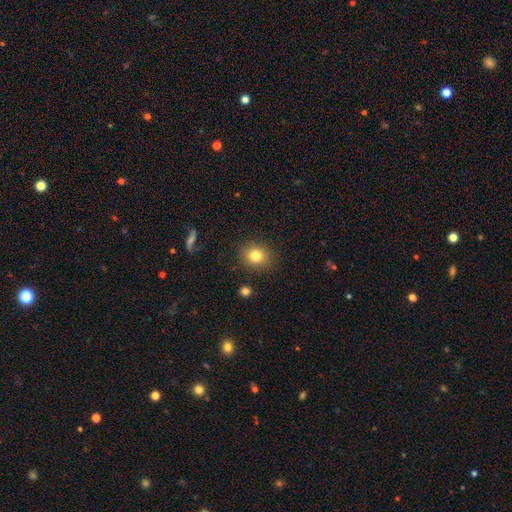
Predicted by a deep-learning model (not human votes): A smooth galaxy with no disk features (81%) that is round (77%). Merging: none (89%).